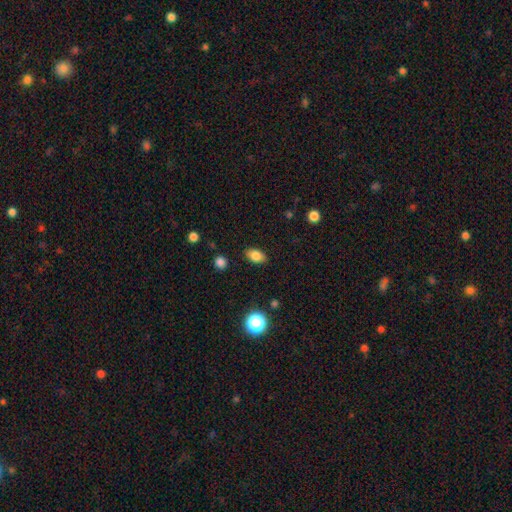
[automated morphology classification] This is clearly a smooth galaxy (82%). How rounded: clearly in between (86%). Merging: clearly none (87%).